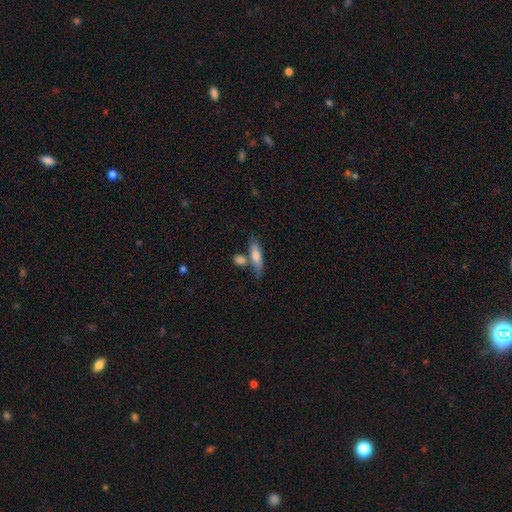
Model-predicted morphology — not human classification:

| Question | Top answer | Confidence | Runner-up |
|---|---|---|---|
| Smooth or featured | smooth | 69% | featured or disk (24%) |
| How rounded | cigar-shaped | 63% | in between (33%) |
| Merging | none | 59% | merger (21%) |